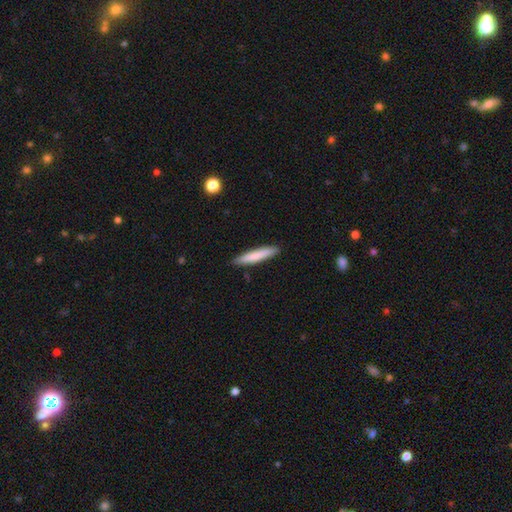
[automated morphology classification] Overall: smooth (80%). How rounded: cigar-shaped (91%). Merging: none (89%).